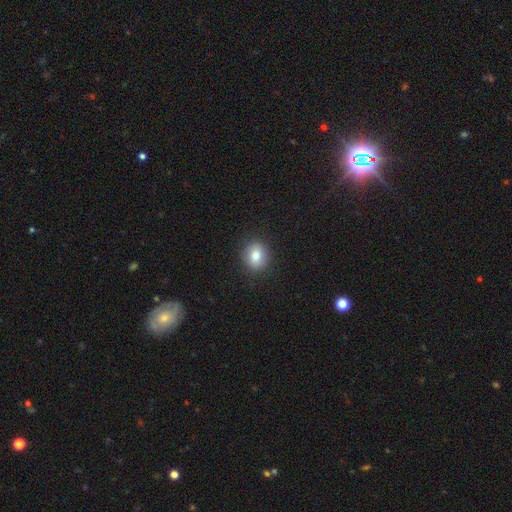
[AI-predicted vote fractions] Smooth or featured? smooth (81%)
How rounded? round (64%)
Merging? none (89%)